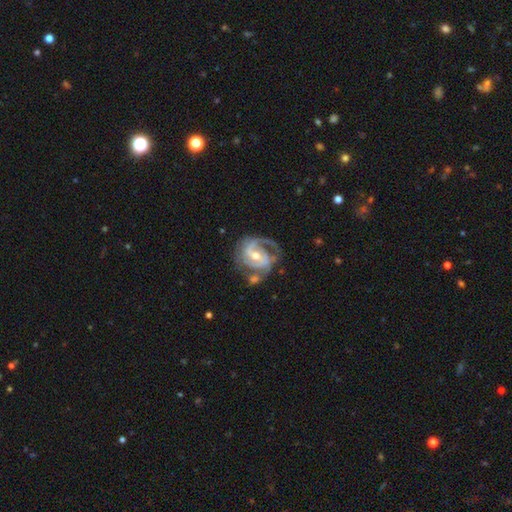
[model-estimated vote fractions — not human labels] smooth_or_featured: featured or disk (p=0.90) [alt: smooth p=0.06]
disk_edge_on: no (p=0.98) [alt: yes p=0.02]
bar: weak (p=0.47) [alt: strong p=0.27]
has_spiral_arms: yes (p=0.97) [alt: no p=0.03]
spiral_winding: medium (p=0.47) [alt: tight p=0.40]
spiral_arm_count: 2 (p=0.60) [alt: 3 p=0.16]
bulge_size: moderate (p=0.60) [alt: small p=0.36]
merging: none (p=0.55) [alt: minor disturbance p=0.21]